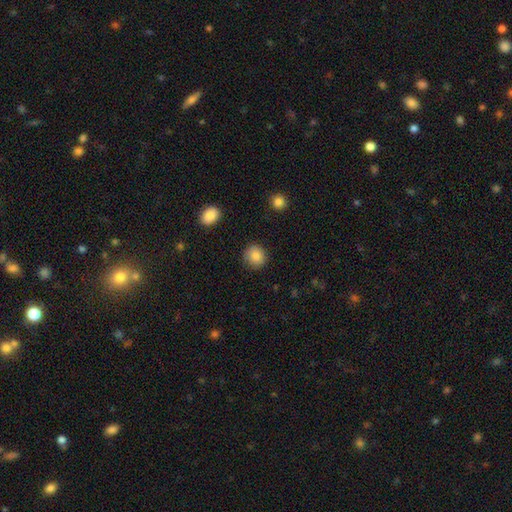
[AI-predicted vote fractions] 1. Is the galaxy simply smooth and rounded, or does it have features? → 86% smooth, 9% star or artifact, 5% featured or disk.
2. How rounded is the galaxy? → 86% round, 13% in between, 1% cigar-shaped.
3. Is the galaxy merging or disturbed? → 89% none, 7% minor disturbance, 3% major disturbance, 1% merger.